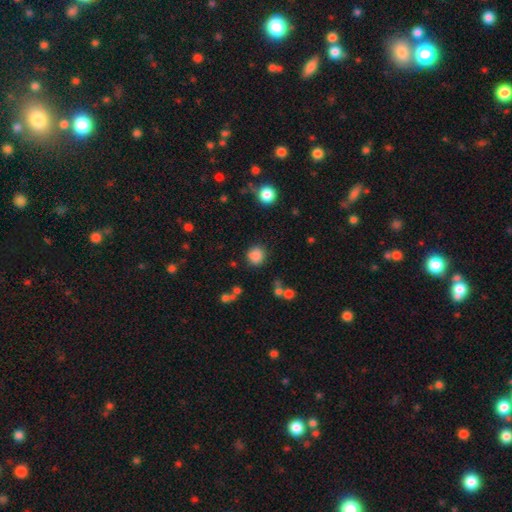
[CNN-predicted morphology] Smooth or featured?
  - smooth: 85% *
  - star or artifact: 11%
  - featured or disk: 4%
How rounded?
  - round: 88% *
  - in between: 11%
  - cigar-shaped: 1%
Merging?
  - none: 84% *
  - minor disturbance: 10%
  - major disturbance: 4%
  - merger: 3%